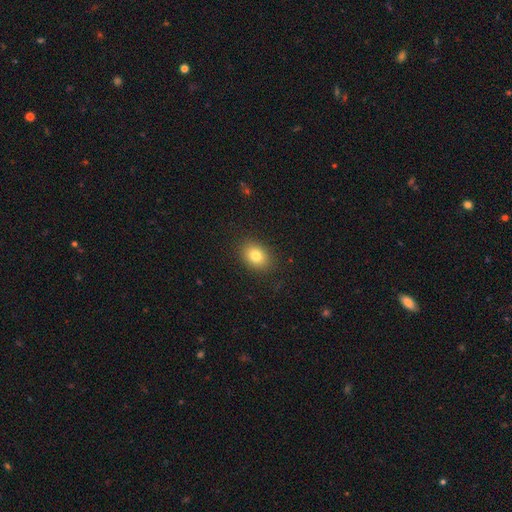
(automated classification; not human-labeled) Morphology: type=smooth (81%); roundness=in between (62%); merging=none (88%).